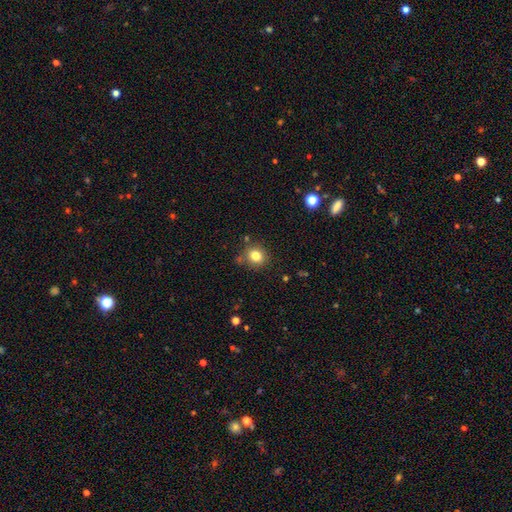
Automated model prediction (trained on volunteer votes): smooth 81%, star or artifact 12%, featured or disk 7%. Down the decision tree: how rounded — round (79%); merging — none (79%).